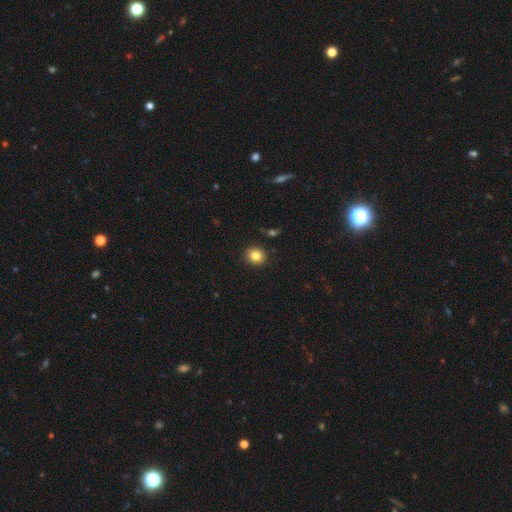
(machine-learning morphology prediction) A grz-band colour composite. It shows a smooth galaxy with no disk features (84%) that is round (80%). Merging: none (90%).